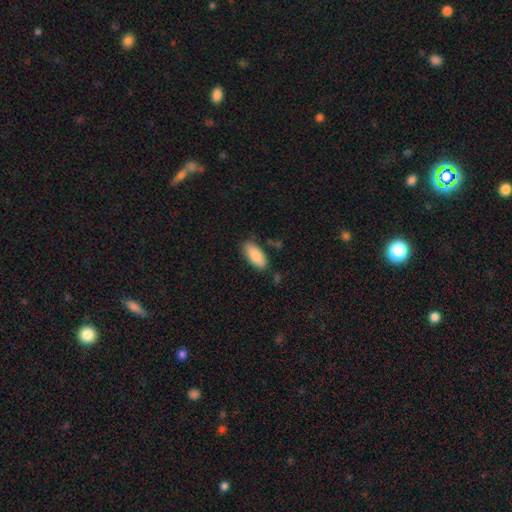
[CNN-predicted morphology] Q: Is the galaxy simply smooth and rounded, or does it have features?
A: smooth — 89%.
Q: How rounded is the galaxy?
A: in between — 86%.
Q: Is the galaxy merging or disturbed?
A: none — 81%.